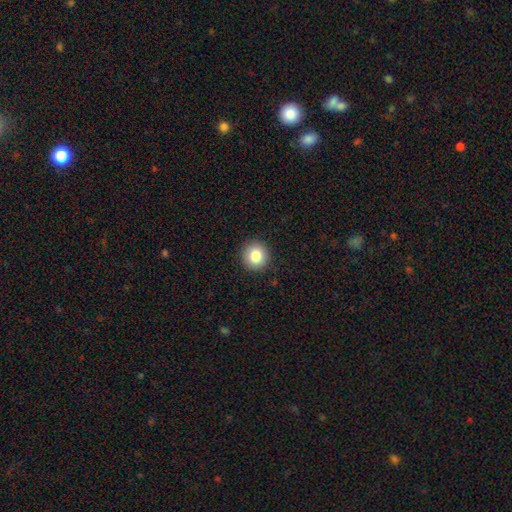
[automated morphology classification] type=smooth (82%); roundness=round (93%); merging=none (92%).